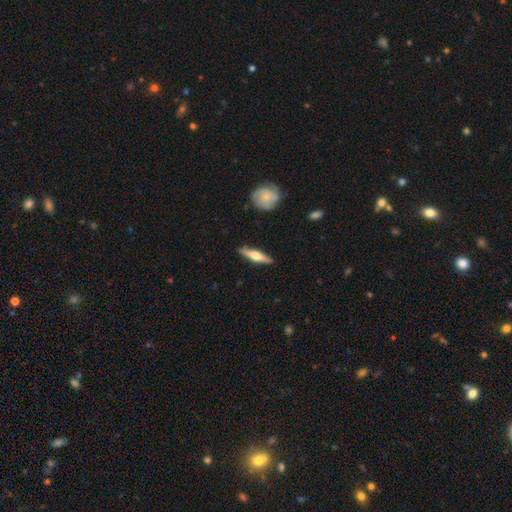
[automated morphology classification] smooth-or-featured: featured or disk: 53% | smooth: 42% | star or artifact: 5%
  disk-edge-on: yes: 94% | no: 6%
  merging: none: 88% | minor disturbance: 9% | major disturbance: 2% | merger: 2%